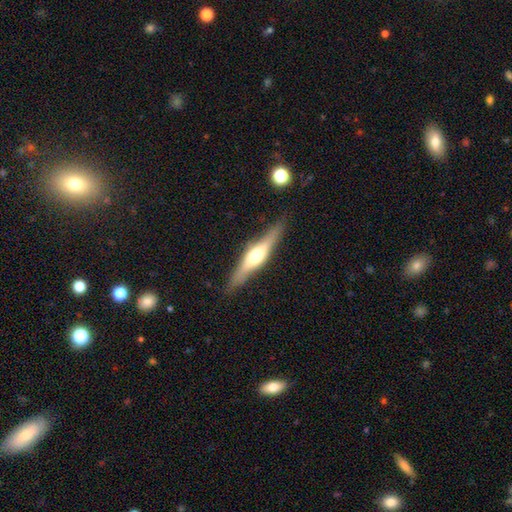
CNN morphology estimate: A featured or disk galaxy (69%) viewed edge-on (95%) with a rounded central bulge (90%). Merging: none (86%).